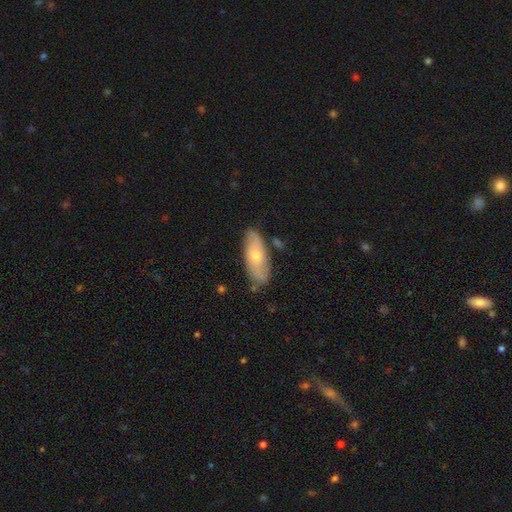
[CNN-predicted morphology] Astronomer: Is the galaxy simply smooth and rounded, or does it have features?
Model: smooth — 54% (runner-up: featured or disk, 40%).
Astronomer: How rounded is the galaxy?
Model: in between — 76%.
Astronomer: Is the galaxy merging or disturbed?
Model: none — 76%.